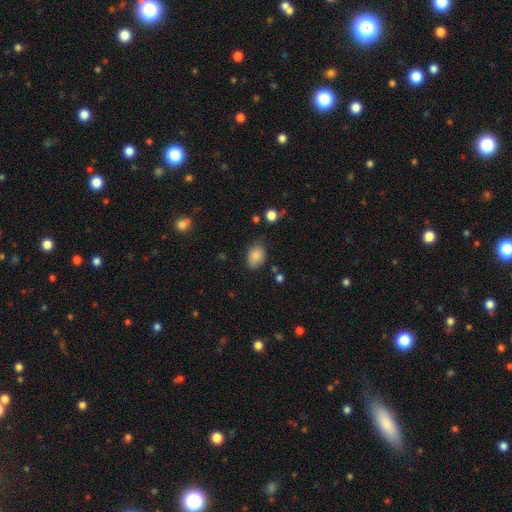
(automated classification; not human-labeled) Smooth or featured: smooth — 85% (star or artifact — 8%)
How rounded: in between — 81% (round — 18%)
Merging: none — 68% (minor disturbance — 24%)